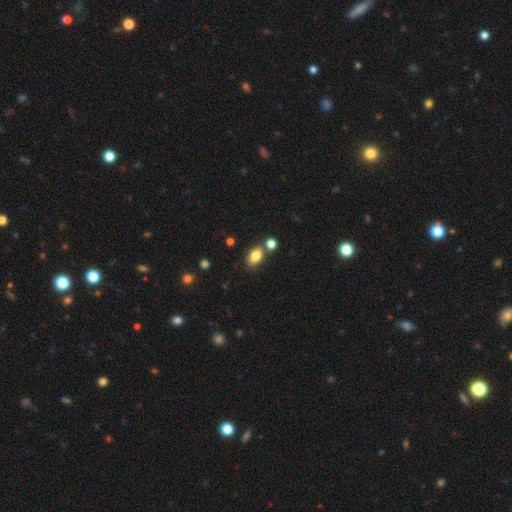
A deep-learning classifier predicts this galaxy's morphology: The model was most divided on "merging": none: 67%, merger: 18%, minor disturbance: 12%, major disturbance: 3%. More confident: how rounded — in between (85%); smooth or featured — smooth (84%).